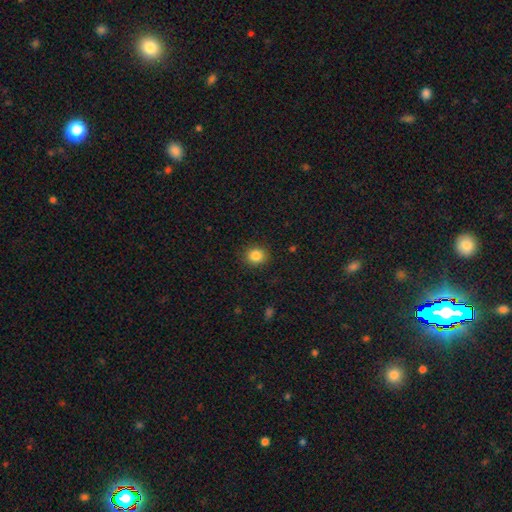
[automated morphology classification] Overall: smooth (85%). How rounded: round (80%). Merging: none (90%).